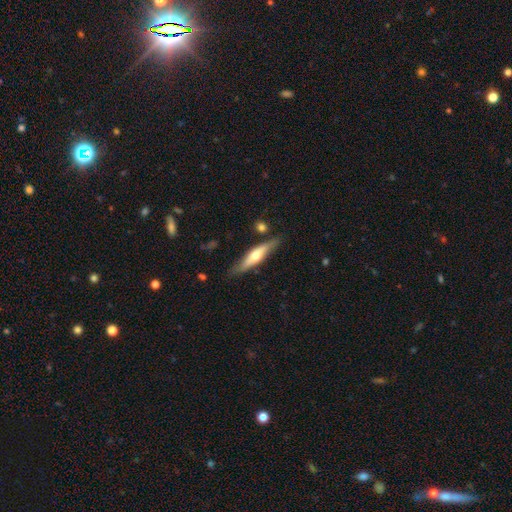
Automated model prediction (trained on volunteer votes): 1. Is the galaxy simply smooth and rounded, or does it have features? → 50% featured or disk, 44% smooth, 6% star or artifact.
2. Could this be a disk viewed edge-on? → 87% yes, 13% no.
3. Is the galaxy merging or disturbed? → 79% none, 14% minor disturbance, 4% merger, 3% major disturbance.